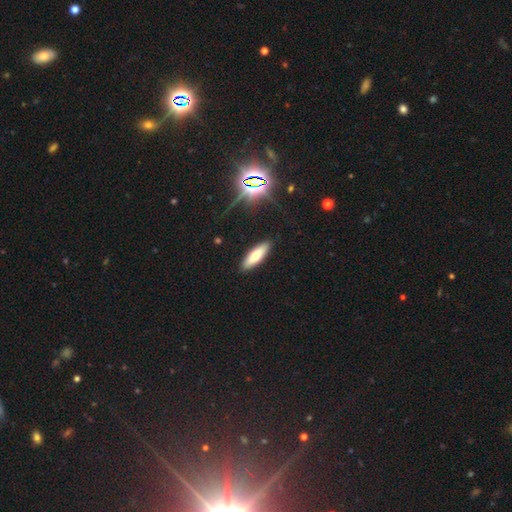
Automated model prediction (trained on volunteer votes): This appears to be a smooth galaxy with no disk features (67%) that is cigar-shaped (53%). Merging: none (89%).